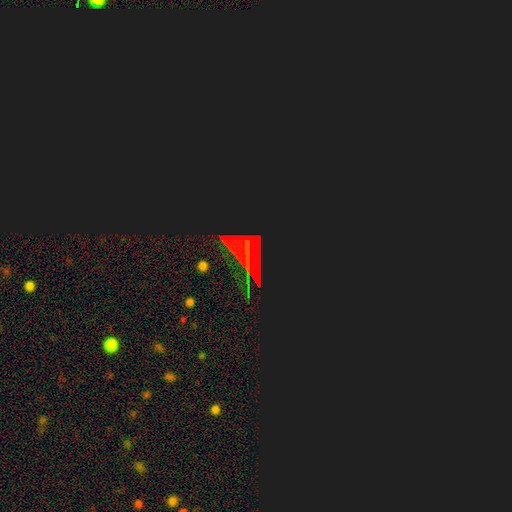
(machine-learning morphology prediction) This appears to be a star or artifact, not a galaxy (77%).